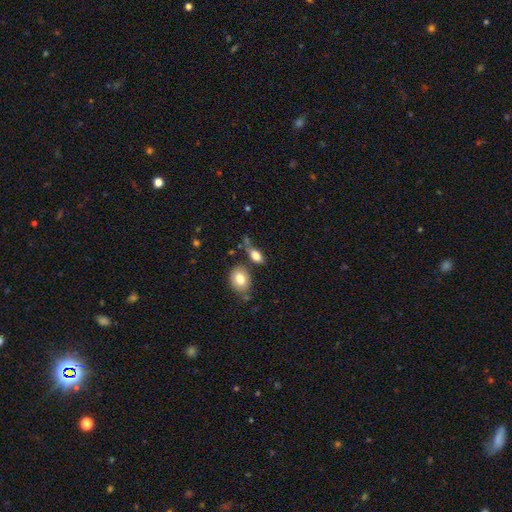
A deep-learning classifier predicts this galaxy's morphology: smooth 80%, featured or disk 12%, star or artifact 8%. Down the decision tree: how rounded — in between (80%); merging — none (52%).